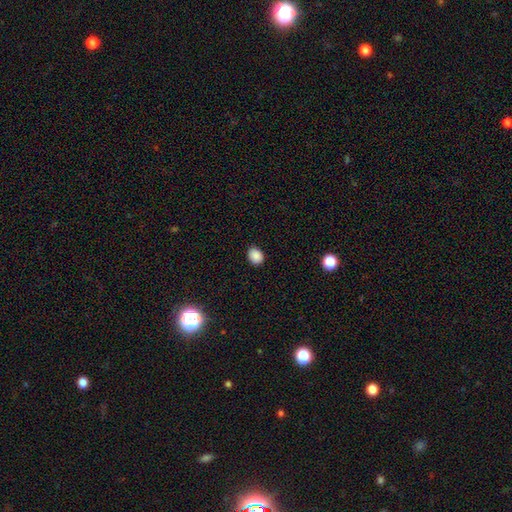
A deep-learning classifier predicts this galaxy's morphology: Smooth or featured? Predicted: smooth (p=0.87). How rounded? Predicted: in between (p=0.53). Merging? Predicted: none (p=0.88).